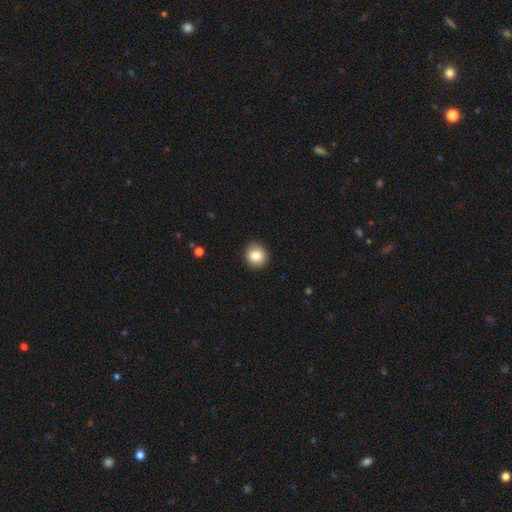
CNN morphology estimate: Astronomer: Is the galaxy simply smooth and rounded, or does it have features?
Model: smooth — 84%.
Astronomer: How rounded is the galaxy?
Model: round — 87%.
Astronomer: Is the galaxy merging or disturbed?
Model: none — 91%.